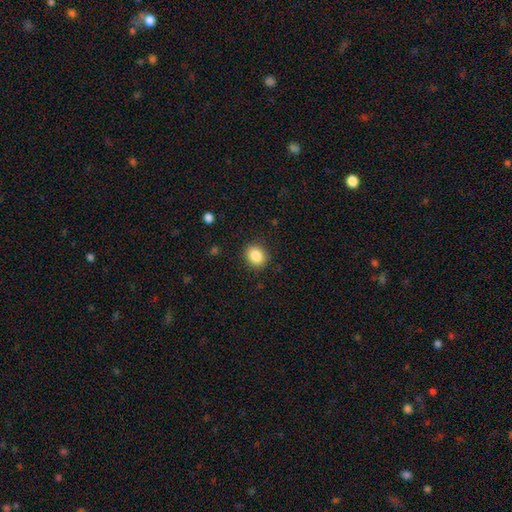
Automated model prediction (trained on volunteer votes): A smooth galaxy with no disk features (86%) that is round (59%).

Vote fractions:
- Smooth or featured? smooth: 86% / star or artifact: 9% / featured or disk: 4%
- How rounded? round: 59% / in between: 40% / cigar-shaped: 1%
- Merging? none: 87% / minor disturbance: 9% / major disturbance: 3% / merger: 1%